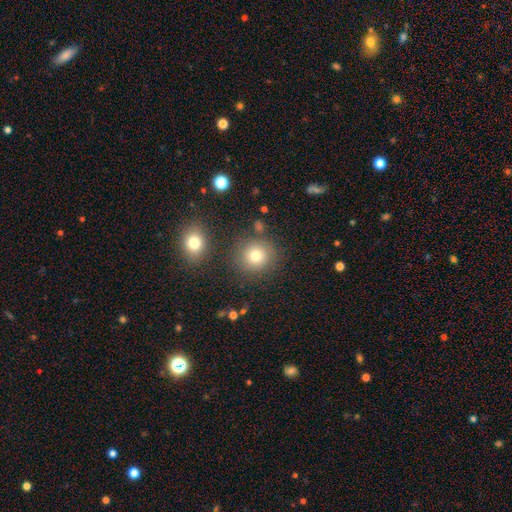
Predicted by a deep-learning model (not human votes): Smooth or featured?
  - smooth: 77% *
  - star or artifact: 14%
  - featured or disk: 9%
How rounded?
  - round: 88% *
  - in between: 11%
  - cigar-shaped: 1%
Merging?
  - none: 82% *
  - minor disturbance: 9%
  - merger: 6%
  - major disturbance: 4%